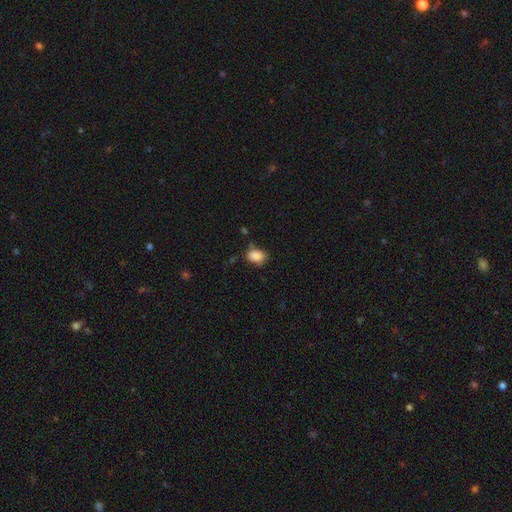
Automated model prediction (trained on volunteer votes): A smooth galaxy with no disk features (86%) that is in between round and cigar-shaped (73%).

Vote fractions:
- Smooth or featured? smooth: 86% / star or artifact: 9% / featured or disk: 5%
- How rounded? in between: 73% / round: 26% / cigar-shaped: 1%
- Merging? none: 57% / minor disturbance: 29% / major disturbance: 8% / merger: 6%